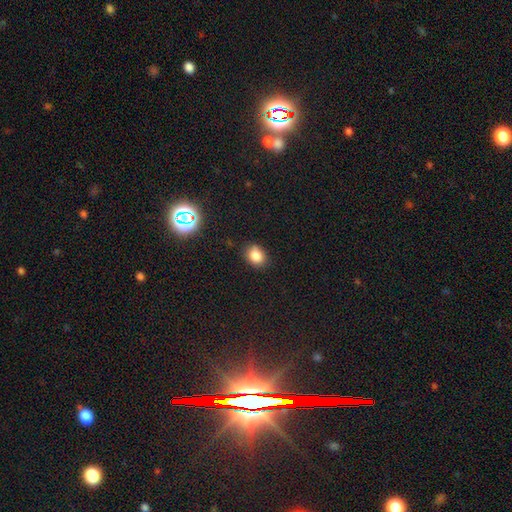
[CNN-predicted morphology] This appears to be a smooth galaxy with no disk features (82%) that is in between round and cigar-shaped (50%). Merging: none (81%).